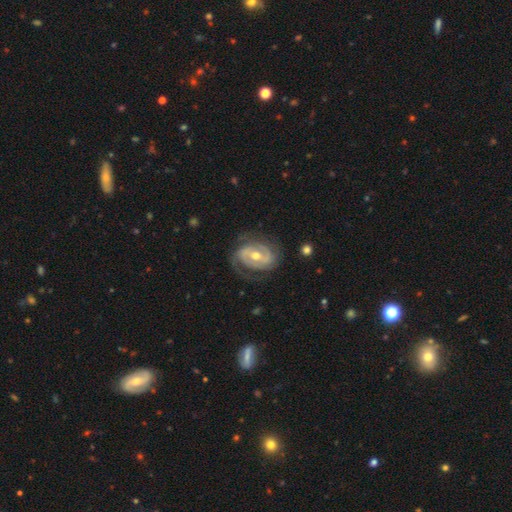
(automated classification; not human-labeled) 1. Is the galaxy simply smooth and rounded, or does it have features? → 88% featured or disk, 8% smooth, 4% star or artifact.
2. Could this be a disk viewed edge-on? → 97% no, 3% yes.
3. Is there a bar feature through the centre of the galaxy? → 40% weak, 31% strong, 28% no.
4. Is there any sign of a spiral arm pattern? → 93% yes, 7% no.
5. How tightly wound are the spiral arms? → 50% tight, 37% medium, 12% loose.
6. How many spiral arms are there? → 73% 2, 11% can't tell, 8% 3, 4% 1, 2% 4, 2% more than 4.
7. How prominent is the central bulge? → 72% moderate, 23% small, 3% large, 1% none, 1% dominant.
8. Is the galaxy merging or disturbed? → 70% none, 18% minor disturbance, 10% major disturbance, 1% merger.